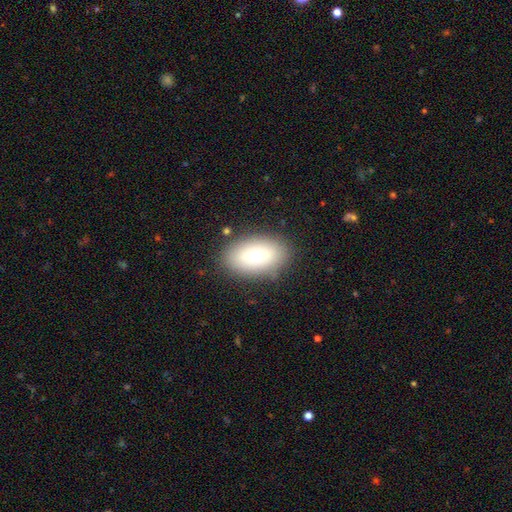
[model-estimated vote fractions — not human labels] Overall: smooth (67%). How rounded: in between (90%). Merging: none (85%).